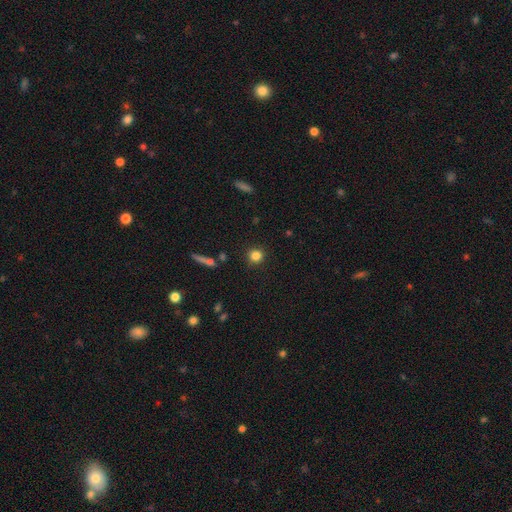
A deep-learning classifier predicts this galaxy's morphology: The model was most divided on "smooth or featured": smooth: 83%, star or artifact: 12%, featured or disk: 5%. More confident: how rounded — round (91%); merging — none (89%).